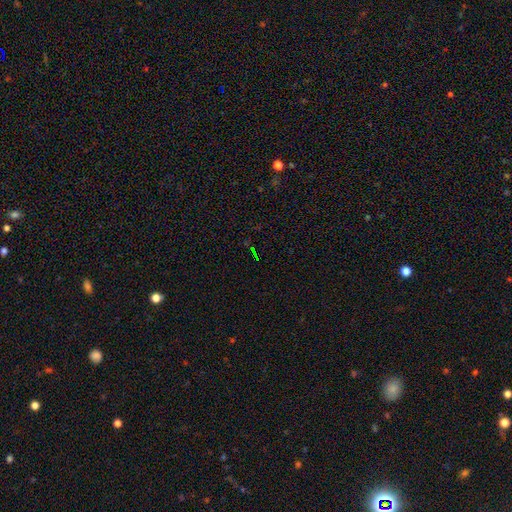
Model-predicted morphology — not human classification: Smooth or featured: star or artifact — 75% (smooth — 14%)